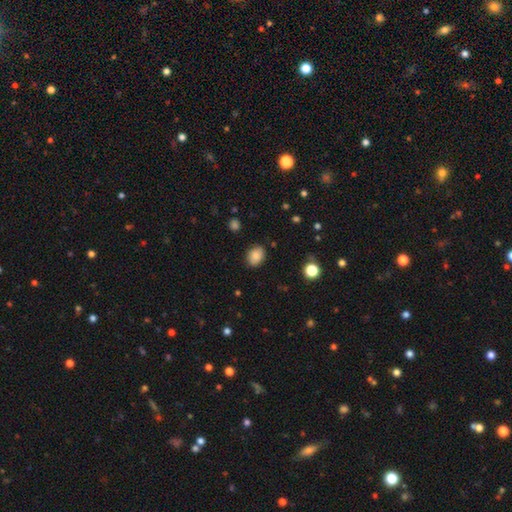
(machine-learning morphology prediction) A smooth galaxy with no disk features (85%) that is in between round and cigar-shaped (62%). Merging: none (84%).